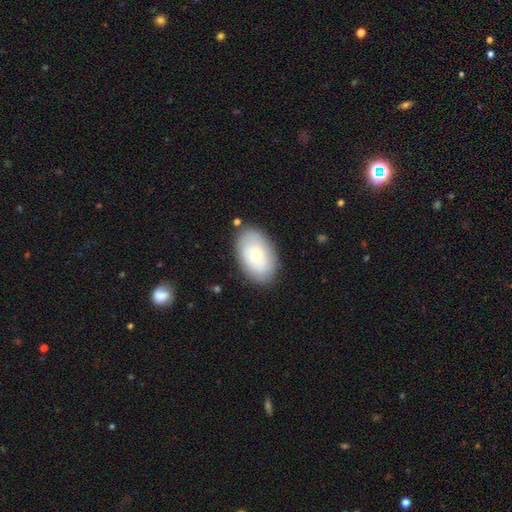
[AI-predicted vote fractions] smooth 57%, featured or disk 37%, star or artifact 6%. Down the decision tree: how rounded — in between (90%); merging — none (82%).